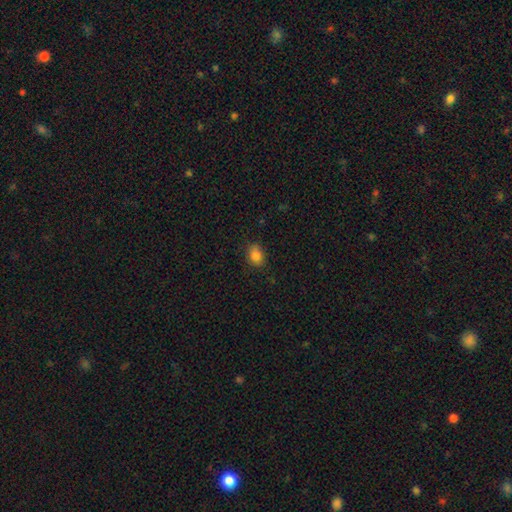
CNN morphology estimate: This is clearly a smooth galaxy (85%). How rounded: likely in between (67%). Merging: clearly none (80%).